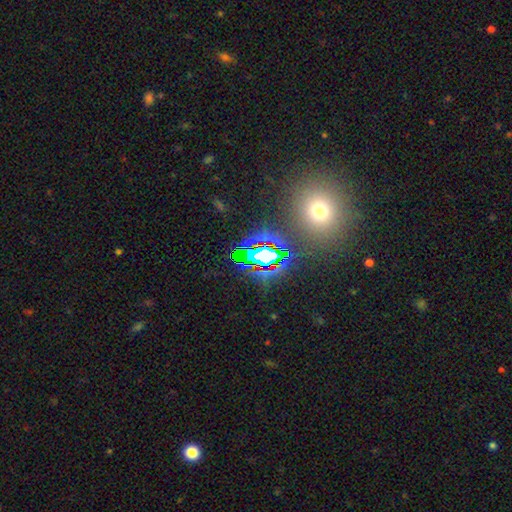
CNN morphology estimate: The model was most divided on "smooth or featured": star or artifact: 74%, smooth: 16%, featured or disk: 10%.